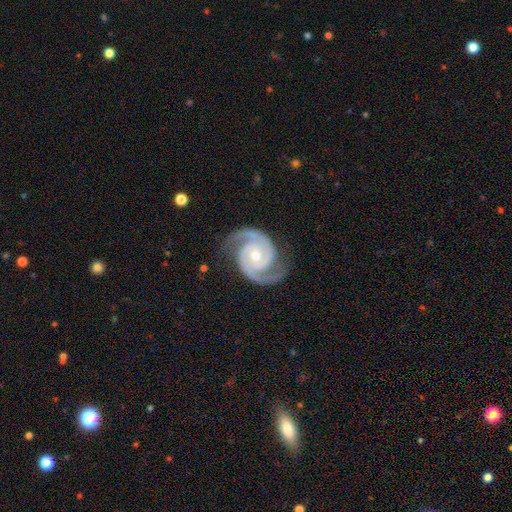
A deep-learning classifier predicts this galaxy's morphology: This is clearly a featured or disk galaxy (94%). It is clearly not viewed edge-on (98%). Bar: likely no (69%). Spiral arm pattern: clearly yes (99%). Spiral arm count: clearly 2 (94%). Spiral winding: possibly tight (56%). Central bulge: possibly moderate (54%). Merging: clearly none (83%).